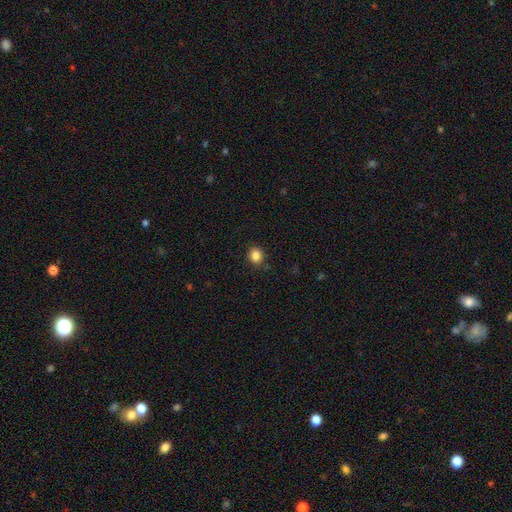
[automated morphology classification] A smooth galaxy with no disk features (85%) that is round (78%).

Vote fractions:
- Smooth or featured? smooth: 85% / star or artifact: 11% / featured or disk: 4%
- How rounded? round: 78% / in between: 21% / cigar-shaped: 1%
- Merging? none: 88% / minor disturbance: 8% / major disturbance: 2% / merger: 2%